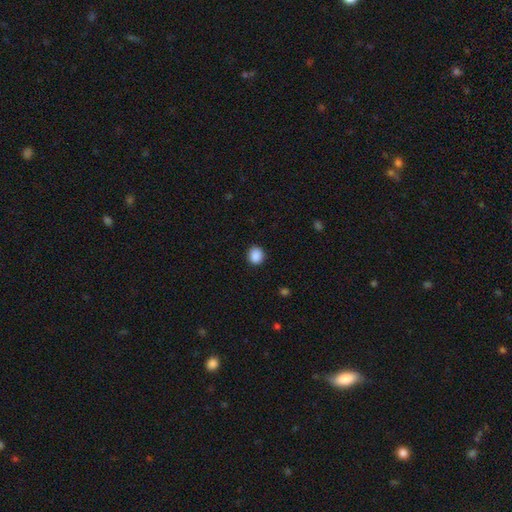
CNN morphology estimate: smooth 89%, star or artifact 9%, featured or disk 2%. Down the decision tree: how rounded — round (82%); merging — none (90%).